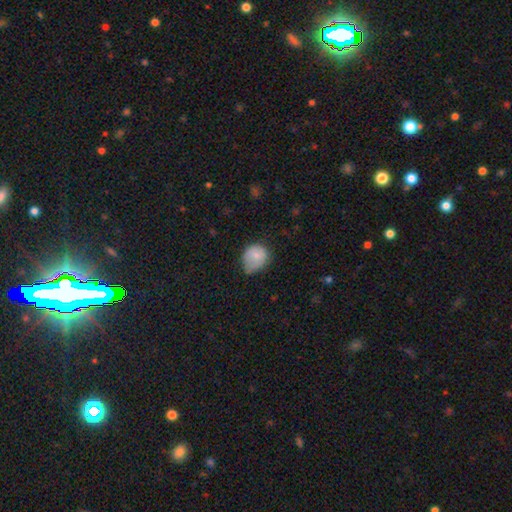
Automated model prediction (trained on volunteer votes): Morphology: type=smooth (79%); roundness=round (54%); merging=minor disturbance (46%).